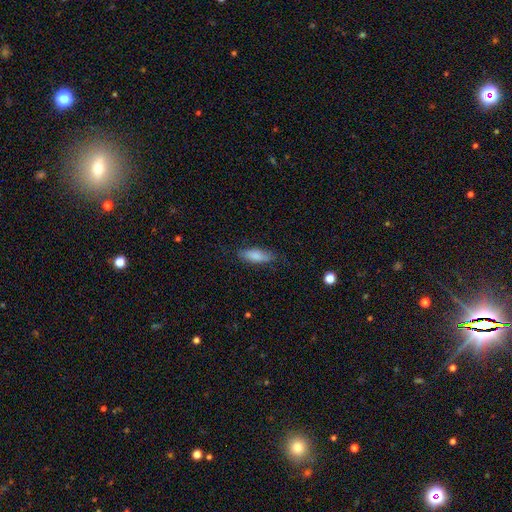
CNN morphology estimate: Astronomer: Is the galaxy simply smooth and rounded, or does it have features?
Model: smooth — 81%.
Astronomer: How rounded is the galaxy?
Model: in between — 56% (runner-up: cigar-shaped, 42%).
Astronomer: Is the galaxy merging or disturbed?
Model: none — 77%.